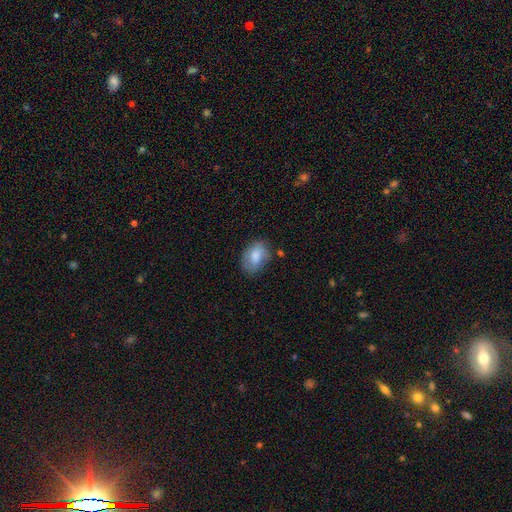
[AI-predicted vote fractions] A smooth galaxy with no disk features (75%) that is in between round and cigar-shaped (82%). Merging: none (68%).